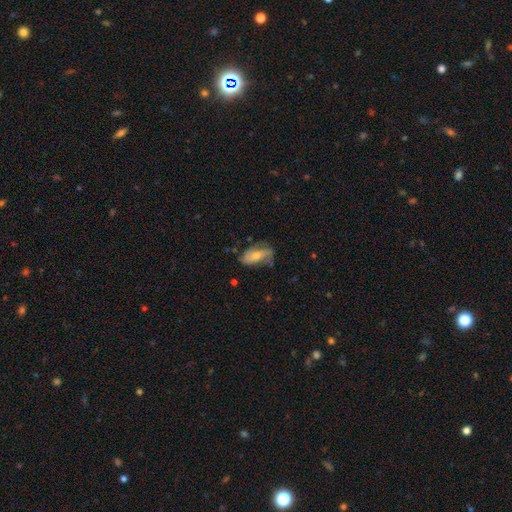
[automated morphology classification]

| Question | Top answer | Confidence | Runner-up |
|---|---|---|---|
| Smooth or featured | smooth | 48% | featured or disk (45%) |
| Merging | none | 52% | minor disturbance (30%) |